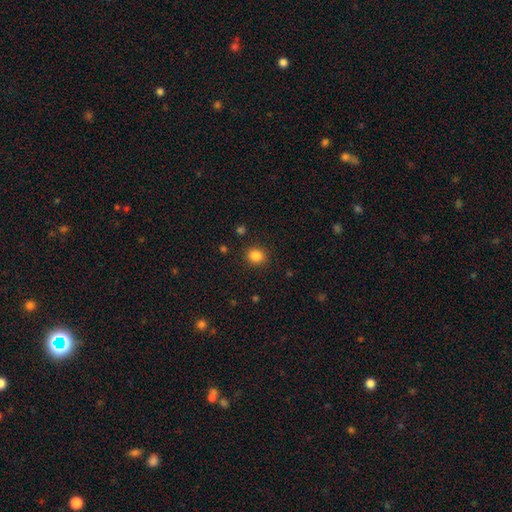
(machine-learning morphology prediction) smooth-or-featured: smooth: 85% | star or artifact: 11% | featured or disk: 4%
  how-rounded: round: 80% | in between: 19% | cigar-shaped: 1%
  merging: none: 90% | minor disturbance: 7% | major disturbance: 2% | merger: 1%